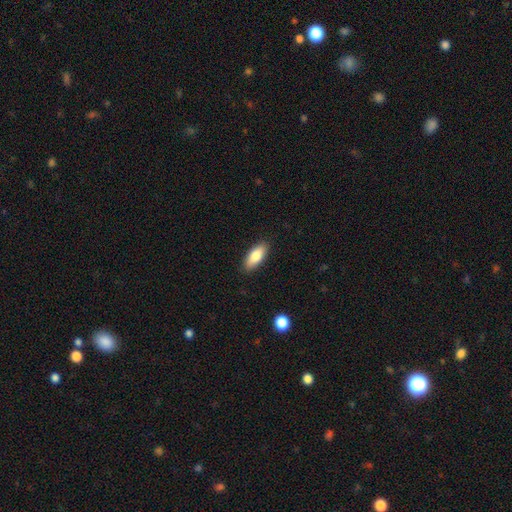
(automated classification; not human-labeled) Smooth or featured: smooth — 81% (featured or disk — 13%)
How rounded: in between — 80% (cigar-shaped — 18%)
Merging: none — 88% (minor disturbance — 9%)